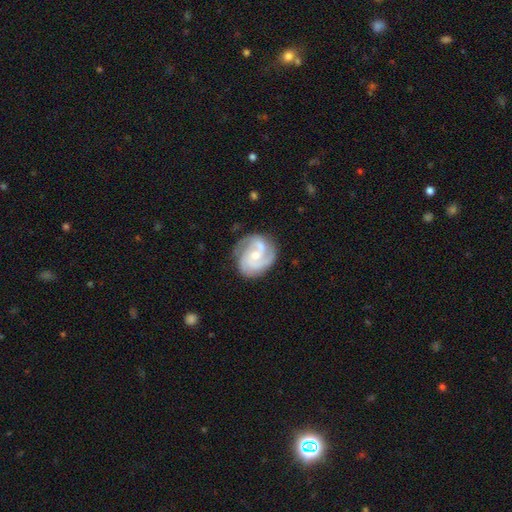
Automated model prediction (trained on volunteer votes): Overall: featured or disk (83%). Edge-on disk: no (98%). Bar: no (57%; weak 36%). Spiral arms: yes (96%). Spiral arm count: 3 (42%; 2 36%). Spiral winding: tight (49%; medium 42%). Bulge size: small (47%; moderate 46%). Merging: none (65%).